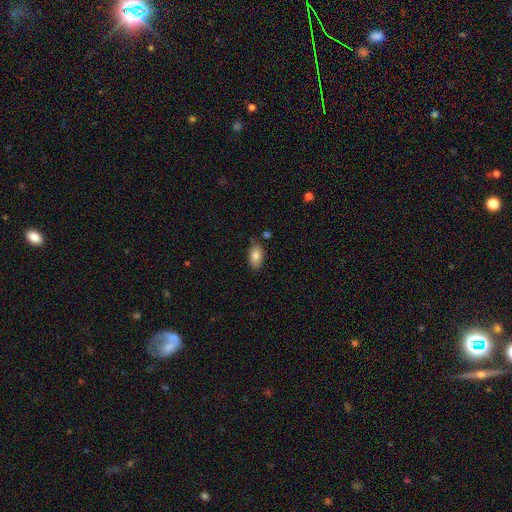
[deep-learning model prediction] Q: Smooth or featured?
A: smooth (84%); runner-up: featured or disk (9%)
Q: How rounded?
A: in between (93%); runner-up: round (5%)
Q: Merging?
A: none (79%); runner-up: minor disturbance (15%)